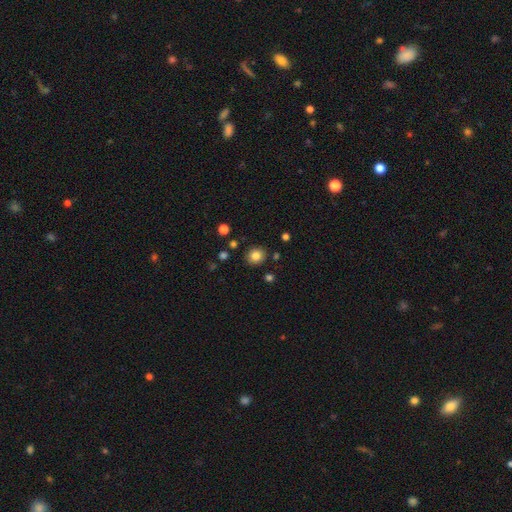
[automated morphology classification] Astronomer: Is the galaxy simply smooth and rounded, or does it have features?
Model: smooth — 83%.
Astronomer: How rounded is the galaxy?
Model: round — 83%.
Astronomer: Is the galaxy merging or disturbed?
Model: none — 87%.